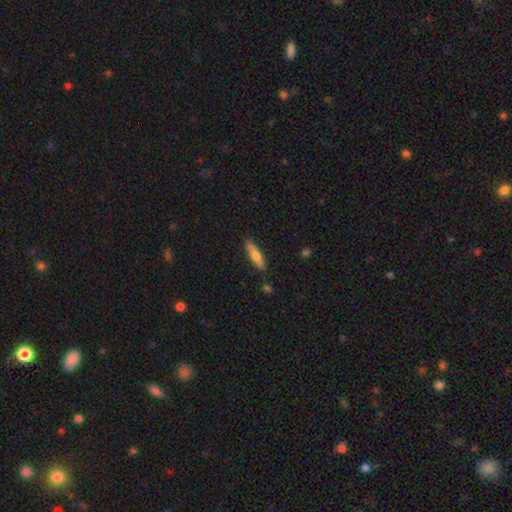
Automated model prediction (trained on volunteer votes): The model was most divided on "smooth or featured": smooth: 68%, featured or disk: 26%, star or artifact: 6%. More confident: merging — none (84%); how rounded — cigar-shaped (72%).